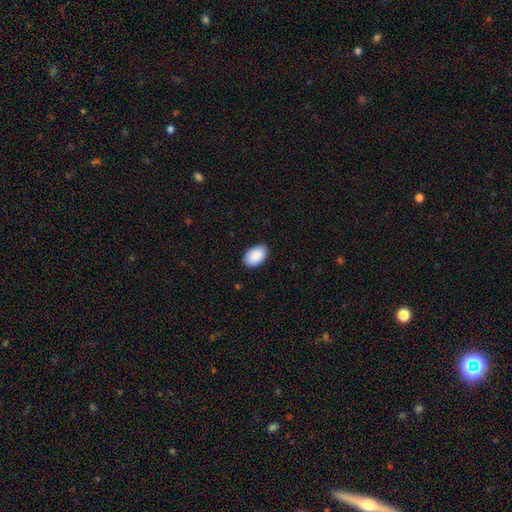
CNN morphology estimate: Smooth or featured? Predicted: smooth (p=0.91). How rounded? Predicted: in between (p=0.94). Merging? Predicted: none (p=0.88).